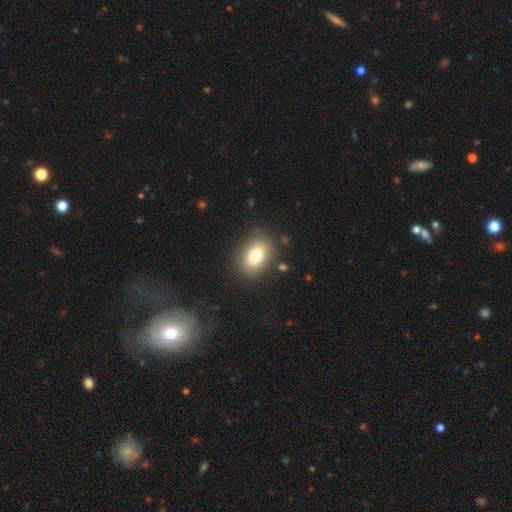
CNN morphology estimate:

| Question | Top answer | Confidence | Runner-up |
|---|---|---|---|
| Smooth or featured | smooth | 77% | featured or disk (13%) |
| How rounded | in between | 78% | round (20%) |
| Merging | none | 85% | minor disturbance (9%) |